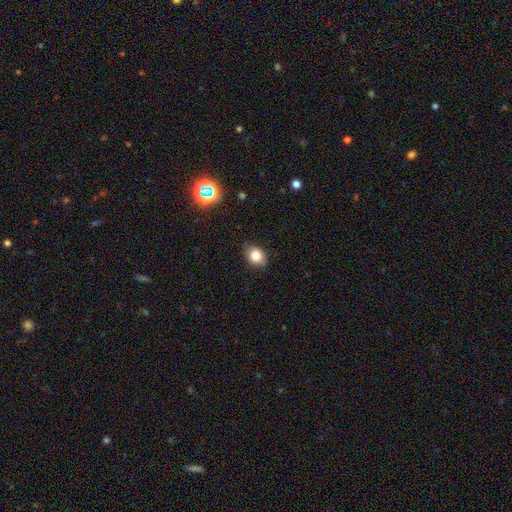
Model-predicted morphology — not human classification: smooth_or_featured: smooth (p=0.81) [alt: star or artifact p=0.10]
how_rounded: in between (p=0.66) [alt: round p=0.32]
merging: none (p=0.84) [alt: minor disturbance p=0.12]